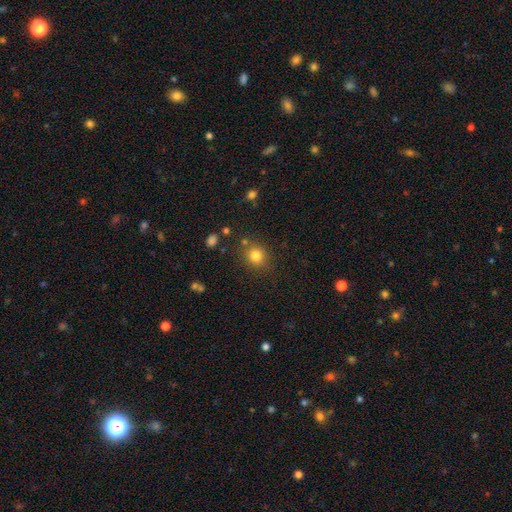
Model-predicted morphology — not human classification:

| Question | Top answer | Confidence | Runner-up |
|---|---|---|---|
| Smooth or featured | smooth | 81% | star or artifact (12%) |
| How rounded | round | 81% | in between (18%) |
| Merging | none | 80% | minor disturbance (11%) |